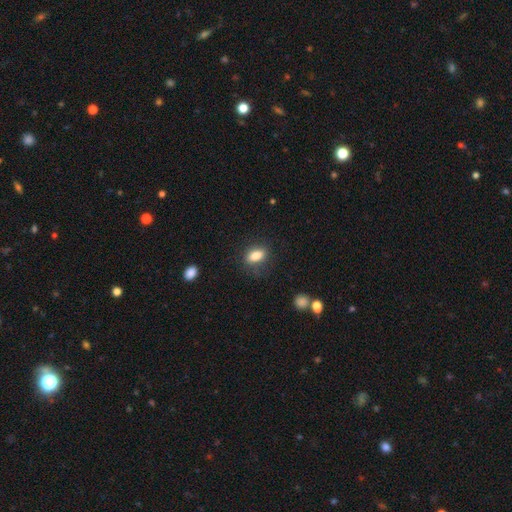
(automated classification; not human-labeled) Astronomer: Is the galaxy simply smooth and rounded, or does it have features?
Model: smooth — 84%.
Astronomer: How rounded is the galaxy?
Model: in between — 83%.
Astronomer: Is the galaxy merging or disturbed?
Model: none — 79%.